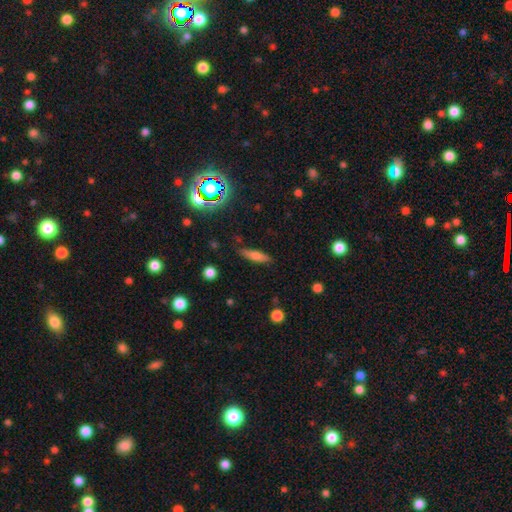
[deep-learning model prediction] smooth_or_featured: smooth (p=0.66) [alt: featured or disk p=0.24]
how_rounded: cigar-shaped (p=0.66) [alt: in between p=0.32]
merging: none (p=0.82) [alt: minor disturbance p=0.13]